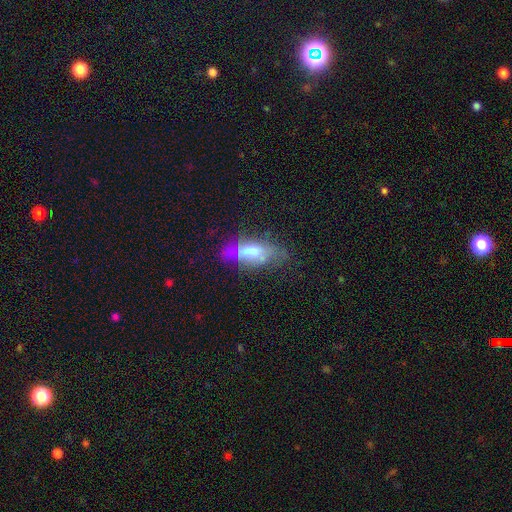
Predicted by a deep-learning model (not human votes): smooth-or-featured: smooth: 45% | featured or disk: 33% | star or artifact: 22%
  merging: none: 63% | minor disturbance: 23% | major disturbance: 11% | merger: 4%